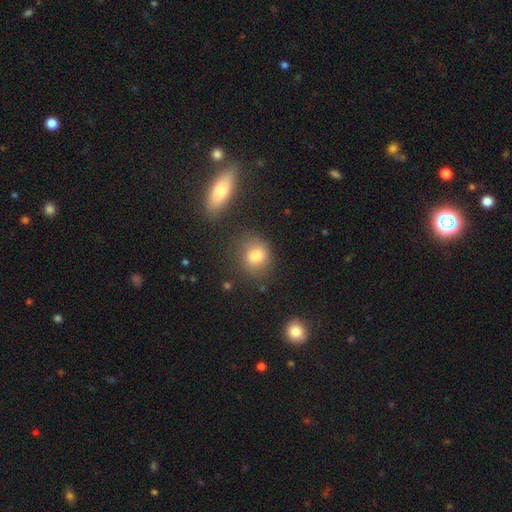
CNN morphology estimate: Overall: smooth (81%). How rounded: round (61%; in between 38%). Merging: none (70%).